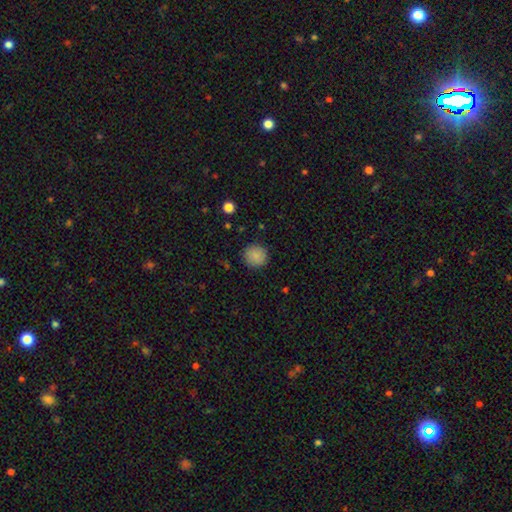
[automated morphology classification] smooth 87%, star or artifact 8%, featured or disk 4%. Down the decision tree: how rounded — round (93%); merging — none (89%).